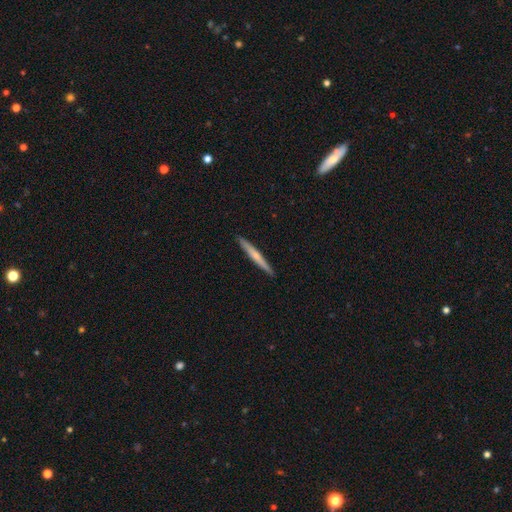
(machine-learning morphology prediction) smooth 48%, featured or disk 46%, star or artifact 6%. Down the decision tree: merging — none (92%).